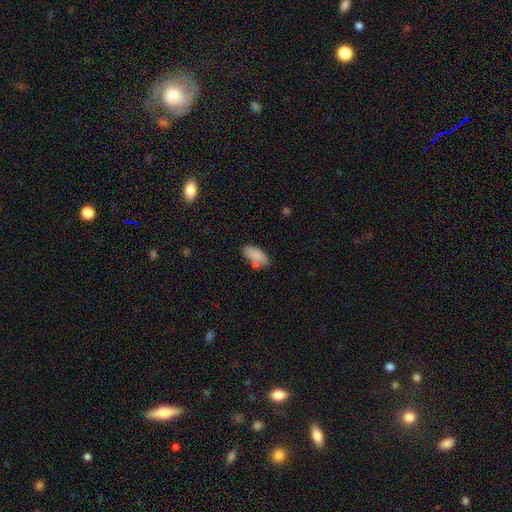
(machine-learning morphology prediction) Q: Smooth or featured?
A: smooth (84%); runner-up: featured or disk (9%)
Q: How rounded?
A: in between (91%); runner-up: cigar-shaped (7%)
Q: Merging?
A: none (64%); runner-up: minor disturbance (18%)